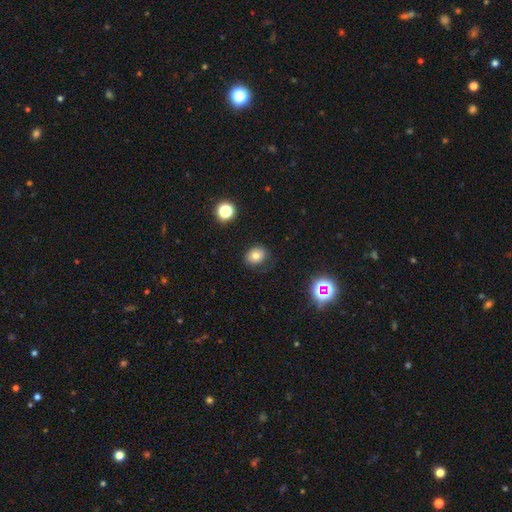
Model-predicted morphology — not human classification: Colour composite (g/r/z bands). It shows a smooth galaxy with no disk features (74%) that is round (53%). Merging: none (78%).